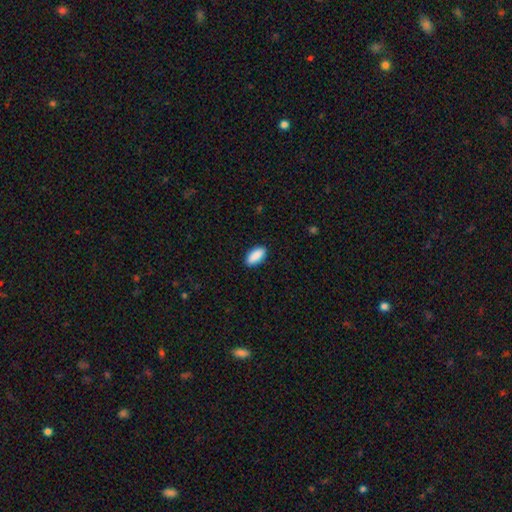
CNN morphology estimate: smooth_or_featured: smooth (p=0.90) [alt: star or artifact p=0.06]
how_rounded: in between (p=0.88) [alt: cigar-shaped p=0.10]
merging: none (p=0.90) [alt: minor disturbance p=0.07]